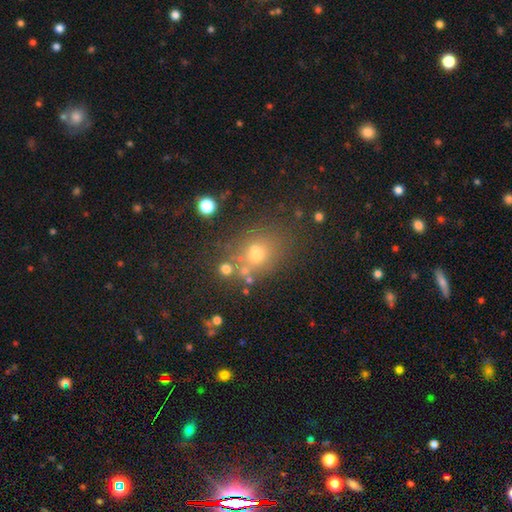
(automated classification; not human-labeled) This appears to be a smooth galaxy with no disk features (58%) that is round (57%). Merging: none (66%).